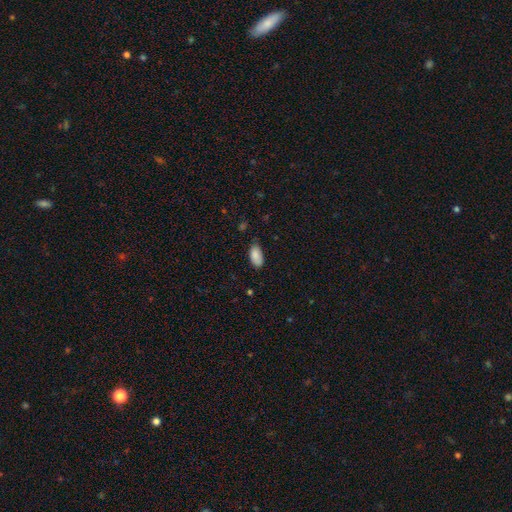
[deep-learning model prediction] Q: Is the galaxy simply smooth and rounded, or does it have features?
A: smooth — 87%.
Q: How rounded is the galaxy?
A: in between — 94%.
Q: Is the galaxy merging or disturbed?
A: none — 70%.